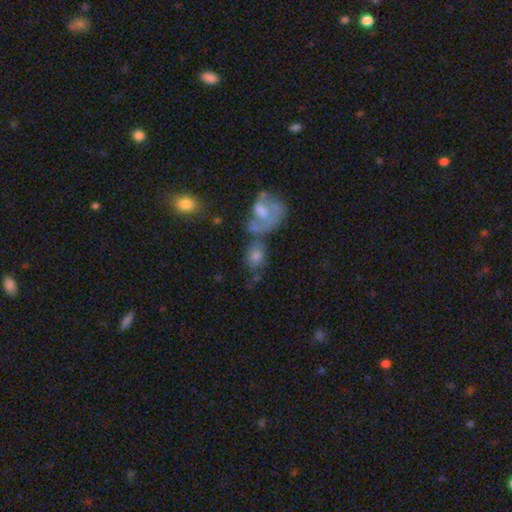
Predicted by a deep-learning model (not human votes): Smooth or featured?
  - smooth: 63% *
  - featured or disk: 24%
  - star or artifact: 13%
How rounded?
  - in between: 55% *
  - round: 43%
  - cigar-shaped: 2%
Merging?
  - none: 38% *
  - merger: 30%
  - minor disturbance: 17%
  - major disturbance: 15%